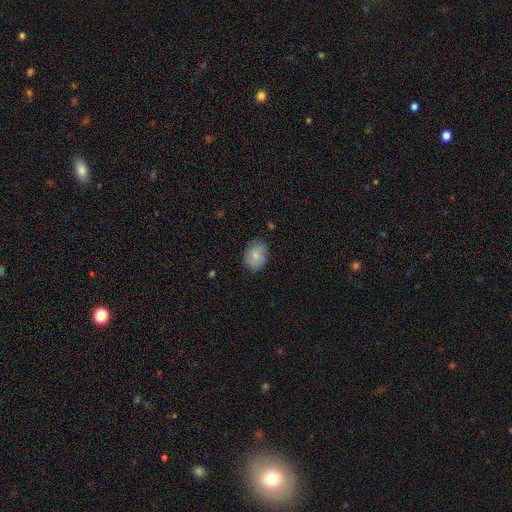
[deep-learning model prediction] Smooth or featured: smooth — 78% (featured or disk — 15%)
How rounded: in between — 67% (round — 32%)
Merging: none — 79% (minor disturbance — 16%)